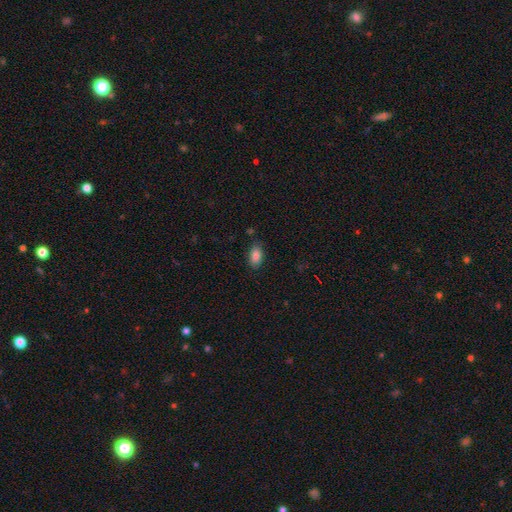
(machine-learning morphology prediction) smooth_or_featured: smooth (p=0.85) [alt: star or artifact p=0.08]
how_rounded: in between (p=0.91) [alt: round p=0.06]
merging: none (p=0.81) [alt: minor disturbance p=0.13]